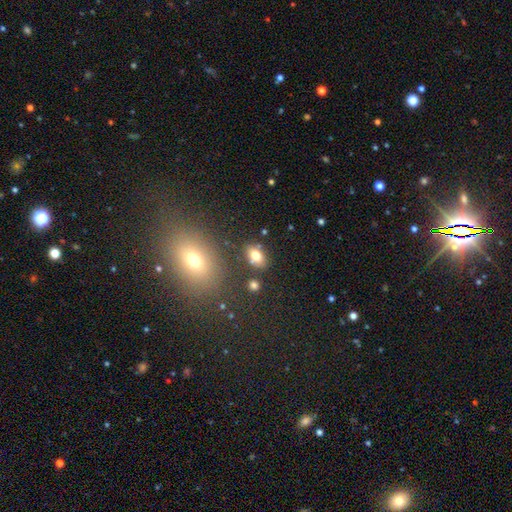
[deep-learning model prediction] Overall: smooth (75%). How rounded: in between (83%). Merging: none (76%).